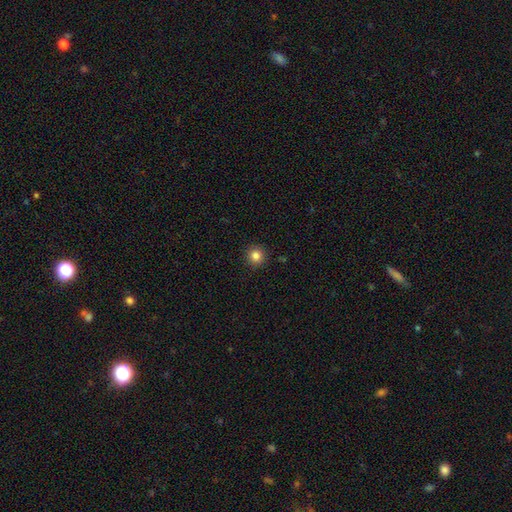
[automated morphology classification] smooth_or_featured: smooth (p=0.84) [alt: star or artifact p=0.11]
how_rounded: round (p=0.94) [alt: in between p=0.05]
merging: none (p=0.92) [alt: minor disturbance p=0.05]